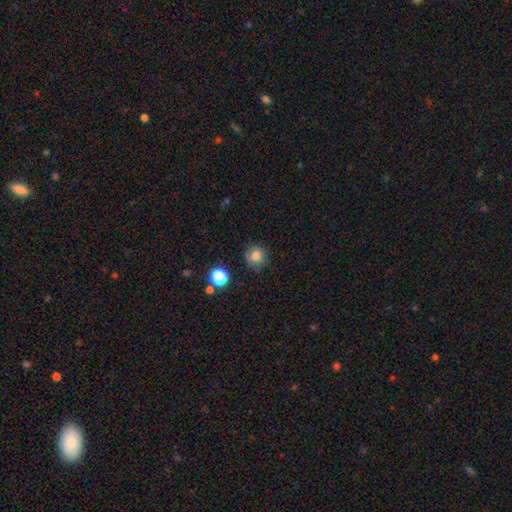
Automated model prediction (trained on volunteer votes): This appears to be a smooth galaxy with no disk features (79%) that is round (89%). Merging: none (79%).